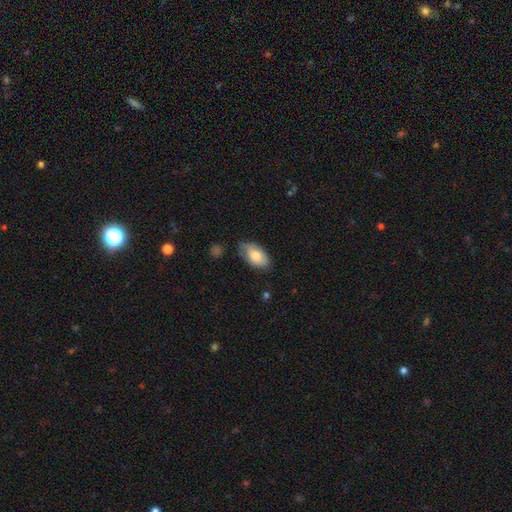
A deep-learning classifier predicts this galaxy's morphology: Q: Smooth or featured?
A: smooth (74%); runner-up: featured or disk (20%)
Q: How rounded?
A: in between (94%); runner-up: round (4%)
Q: Merging?
A: none (60%); runner-up: minor disturbance (31%)